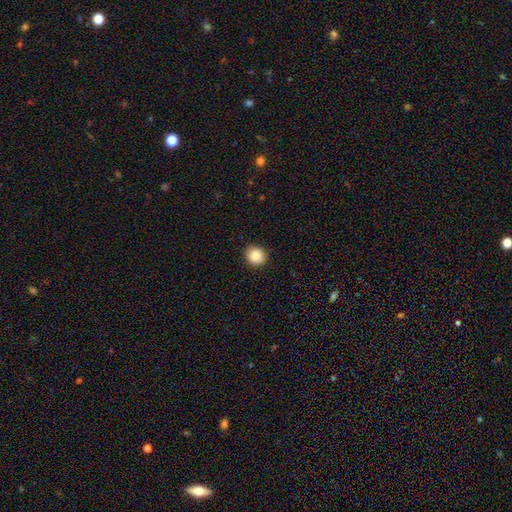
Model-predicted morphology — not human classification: Smooth or featured?
  - smooth: 88% *
  - star or artifact: 9%
  - featured or disk: 3%
How rounded?
  - round: 90% *
  - in between: 9%
  - cigar-shaped: 1%
Merging?
  - none: 92% *
  - minor disturbance: 6%
  - major disturbance: 2%
  - merger: 1%